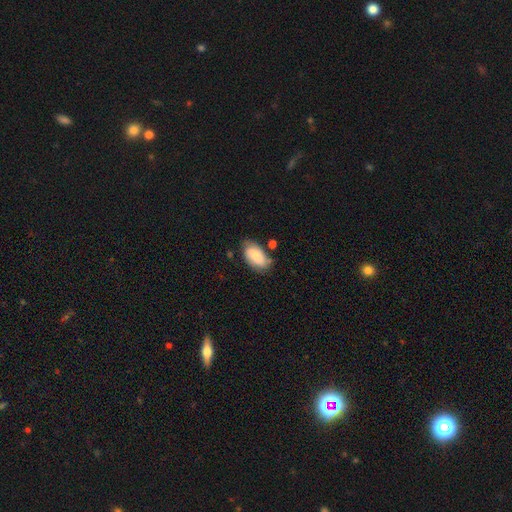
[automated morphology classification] A smooth galaxy with no disk features (66%) that is in between round and cigar-shaped (93%). Merging: none (62%).